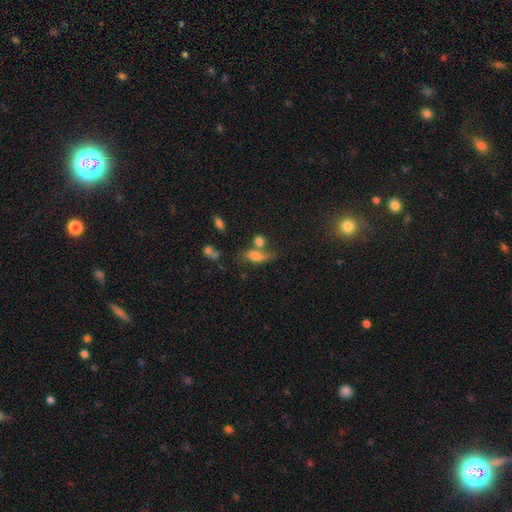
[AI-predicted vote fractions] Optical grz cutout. It shows a smooth galaxy with no disk features (61%) that is in between round and cigar-shaped (70%). Merging: none (42%).